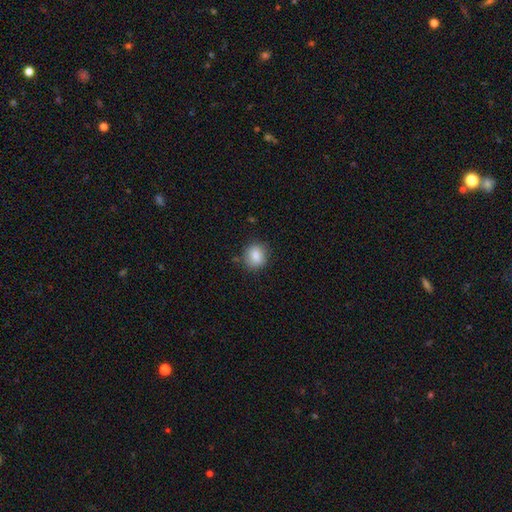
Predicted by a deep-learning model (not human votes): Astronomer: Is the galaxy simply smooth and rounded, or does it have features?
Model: smooth — 85%.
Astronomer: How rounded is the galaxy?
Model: round — 74%.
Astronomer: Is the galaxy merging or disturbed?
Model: none — 83%.